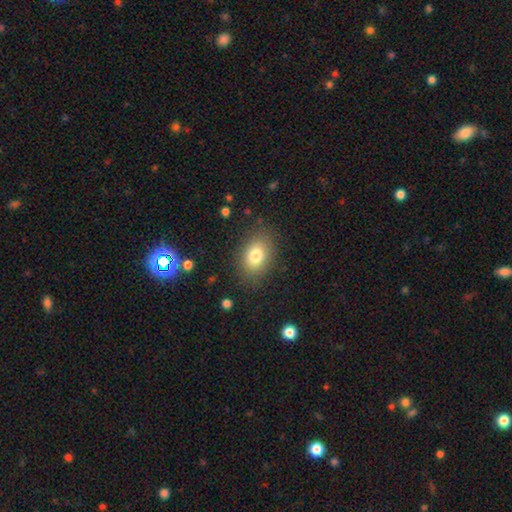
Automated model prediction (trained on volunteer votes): The model was most divided on "how rounded": in between: 77%, round: 22%, cigar-shaped: 1%. More confident: merging — none (83%); smooth or featured — smooth (79%).